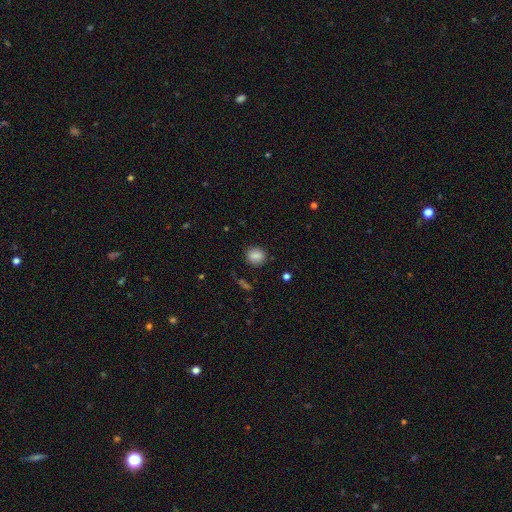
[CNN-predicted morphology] smooth_or_featured: smooth (p=0.85) [alt: star or artifact p=0.09]
how_rounded: round (p=0.69) [alt: in between p=0.30]
merging: none (p=0.84) [alt: minor disturbance p=0.11]